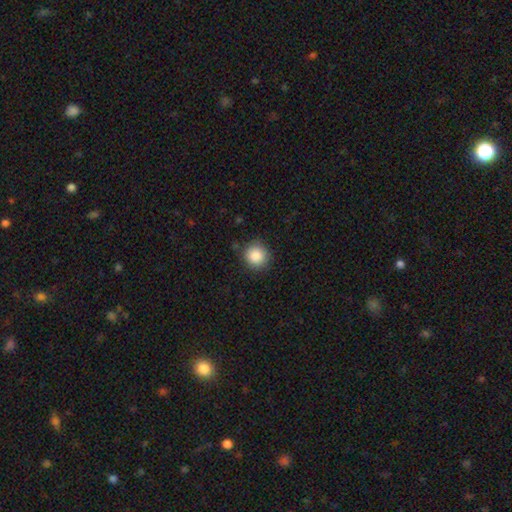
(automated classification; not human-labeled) Smooth or featured? smooth (87%)
How rounded? round (93%)
Merging? none (86%)